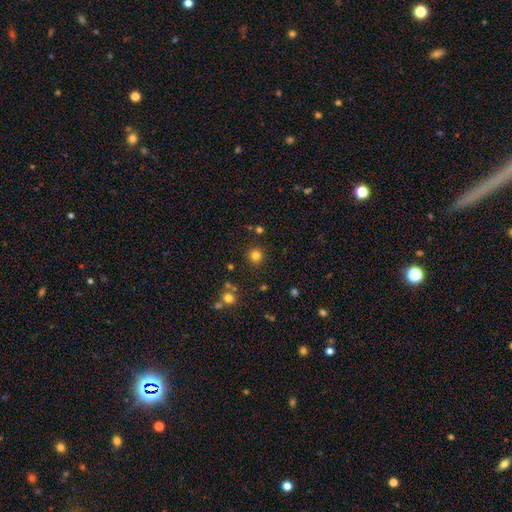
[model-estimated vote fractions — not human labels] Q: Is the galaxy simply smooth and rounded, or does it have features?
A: smooth — 81%.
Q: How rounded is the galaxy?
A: round — 94%.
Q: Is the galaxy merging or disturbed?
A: none — 89%.